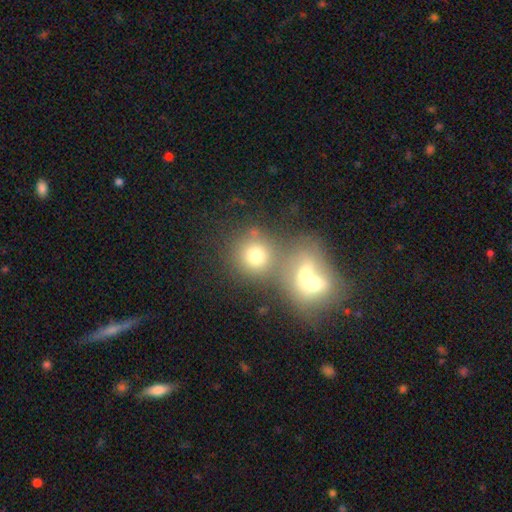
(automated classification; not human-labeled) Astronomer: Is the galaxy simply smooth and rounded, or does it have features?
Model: smooth — 73%.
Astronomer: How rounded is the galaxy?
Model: round — 82%.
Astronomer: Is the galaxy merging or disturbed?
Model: merger — 46% (runner-up: none, 42%).